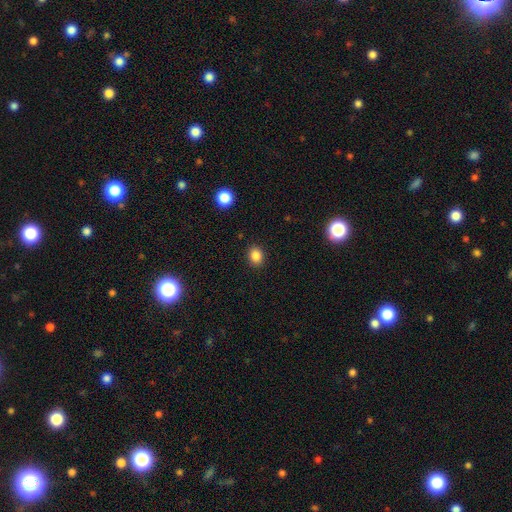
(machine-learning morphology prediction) The model was most divided on "how rounded": round: 54%, in between: 45%, cigar-shaped: 1%. More confident: merging — none (90%); smooth or featured — smooth (85%).